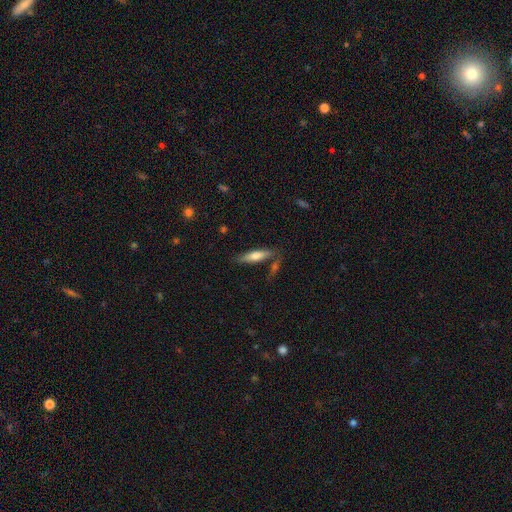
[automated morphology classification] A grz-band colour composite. It shows a smooth galaxy with no disk features (66%) that is cigar-shaped (72%). Merging: none (70%).